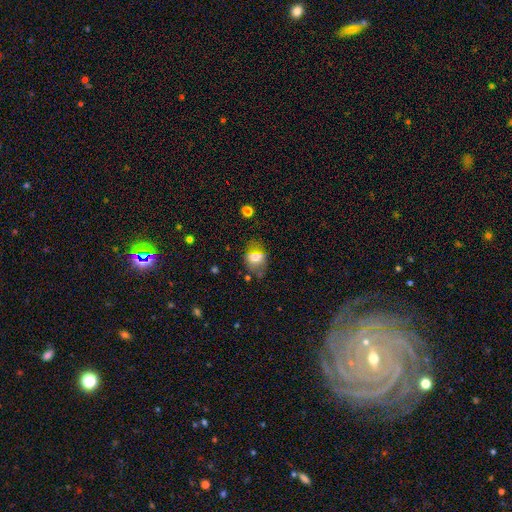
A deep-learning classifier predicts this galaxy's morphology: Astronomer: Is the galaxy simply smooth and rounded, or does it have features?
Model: smooth — 66%.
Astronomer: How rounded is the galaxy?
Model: in between — 72%.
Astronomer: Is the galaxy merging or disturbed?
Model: none — 62%.